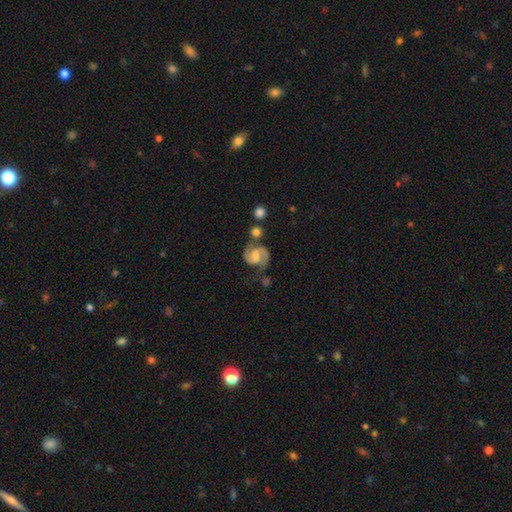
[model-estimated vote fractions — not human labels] Smooth or featured?
  - featured or disk: 83% *
  - smooth: 11%
  - star or artifact: 6%
Edge-on disk?
  - no: 98% *
  - yes: 2%
Bar?
  - weak: 52% *
  - no: 31%
  - strong: 18%
Spiral arms?
  - yes: 97% *
  - no: 3%
Spiral winding?
  - medium: 56% *
  - tight: 26%
  - loose: 18%
Spiral arm count?
  - 2: 92% *
  - can't tell: 3%
  - 1: 2%
  - 3: 1%
  - 4: 1%
  - more than 4: 1%
Bulge size?
  - moderate: 37% *
  - small: 35%
  - none: 21%
  - large: 6%
  - dominant: 1%
Merging?
  - none: 63% *
  - minor disturbance: 17%
  - merger: 12%
  - major disturbance: 8%